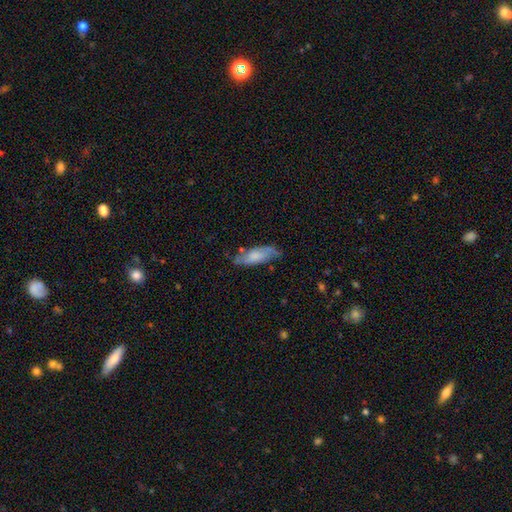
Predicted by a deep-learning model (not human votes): Morphology: type=smooth (60%); roundness=in between (63%); merging=none (63%).